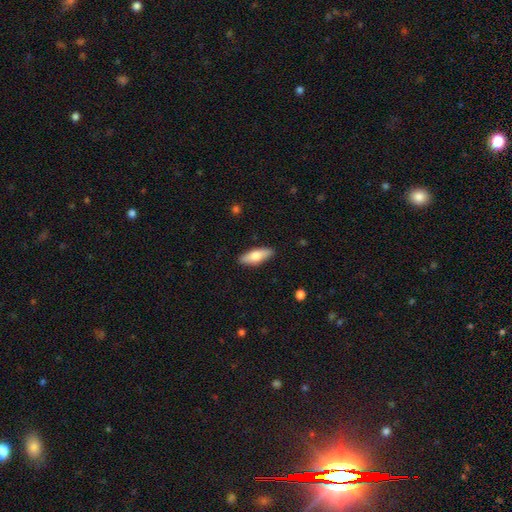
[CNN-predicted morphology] Smooth or featured?
  - smooth: 70% *
  - featured or disk: 24%
  - star or artifact: 6%
How rounded?
  - in between: 64% *
  - cigar-shaped: 34%
  - round: 2%
Merging?
  - none: 88% *
  - minor disturbance: 9%
  - major disturbance: 2%
  - merger: 1%